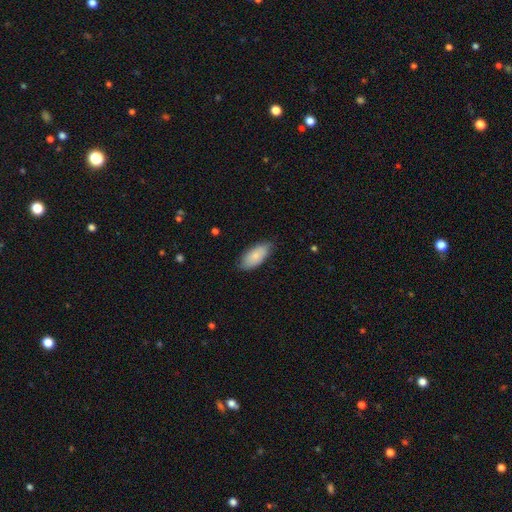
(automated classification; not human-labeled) Smooth or featured: smooth — 81% (featured or disk — 13%)
How rounded: in between — 91% (cigar-shaped — 7%)
Merging: none — 77% (minor disturbance — 19%)